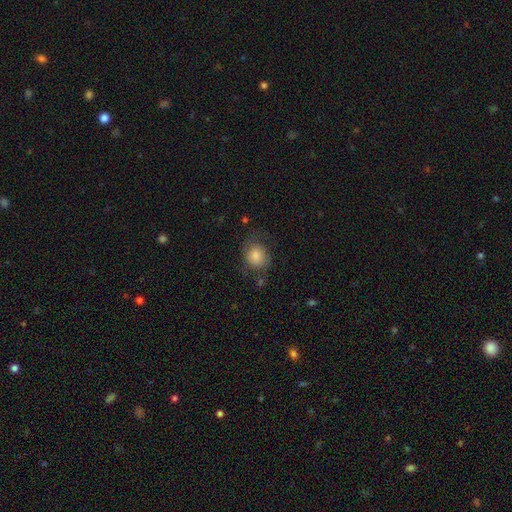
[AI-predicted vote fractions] A smooth galaxy with no disk features (75%) that is round (69%). Merging: none (64%).